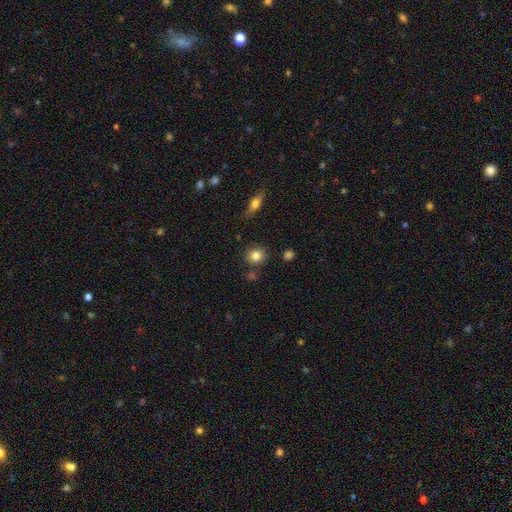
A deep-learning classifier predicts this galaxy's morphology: The model was most divided on "smooth or featured": smooth: 83%, star or artifact: 10%, featured or disk: 8%. More confident: how rounded — round (87%); merging — none (84%).